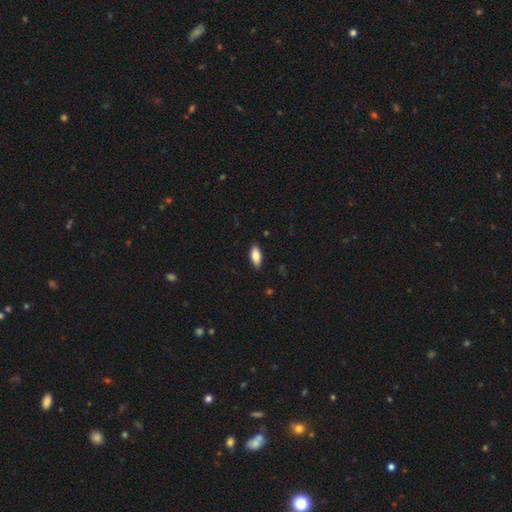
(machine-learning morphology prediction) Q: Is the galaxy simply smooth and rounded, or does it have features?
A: smooth — 78%.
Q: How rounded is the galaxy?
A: in between — 83%.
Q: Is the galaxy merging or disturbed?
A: none — 88%.